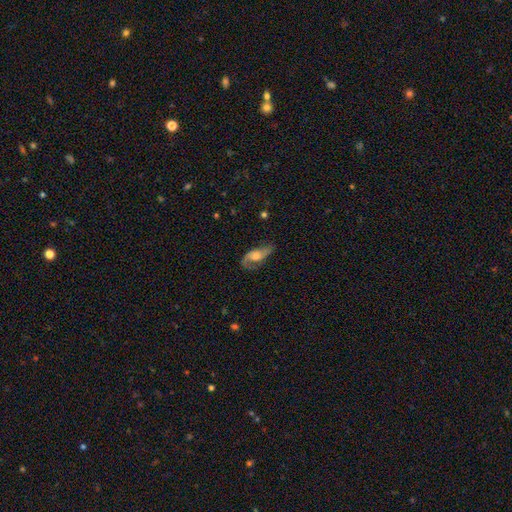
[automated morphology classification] Smooth or featured? featured or disk (68%)
Edge-on disk? no (89%)
Bar? no (64%)
Spiral arms? yes (88%)
Spiral winding? loose (53%)
Spiral arm count? 2 (76%)
Bulge size? moderate (47%)
Merging? none (55%)